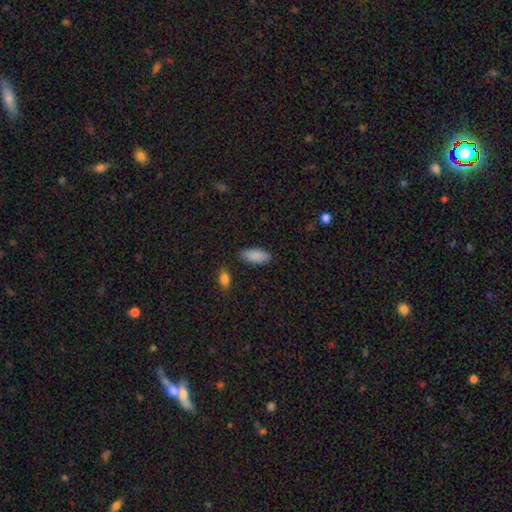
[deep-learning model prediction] Q: Smooth or featured?
A: smooth (89%); runner-up: star or artifact (7%)
Q: How rounded?
A: in between (86%); runner-up: cigar-shaped (13%)
Q: Merging?
A: none (84%); runner-up: minor disturbance (11%)